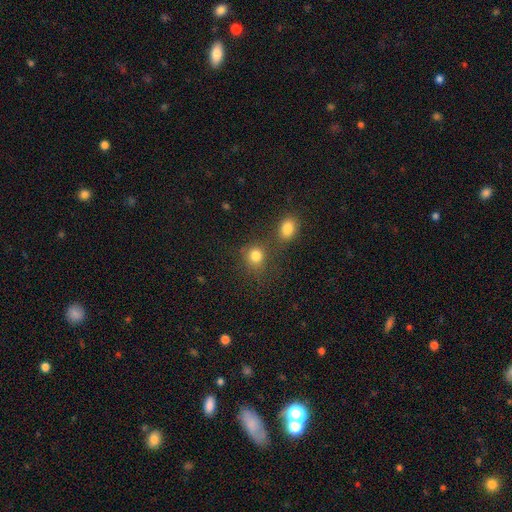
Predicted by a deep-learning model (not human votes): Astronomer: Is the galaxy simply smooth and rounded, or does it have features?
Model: smooth — 80%.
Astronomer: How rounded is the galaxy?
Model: round — 75%.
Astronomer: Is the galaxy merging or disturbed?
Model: none — 58%.